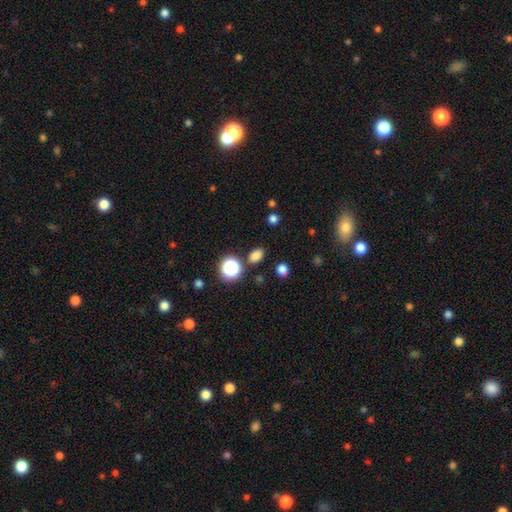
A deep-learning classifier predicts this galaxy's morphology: A smooth galaxy with no disk features (78%) that is in between round and cigar-shaped (68%).

Vote fractions:
- Smooth or featured? smooth: 78% / star or artifact: 17% / featured or disk: 4%
- How rounded? in between: 68% / round: 30% / cigar-shaped: 1%
- Merging? none: 85% / minor disturbance: 9% / merger: 4% / major disturbance: 3%